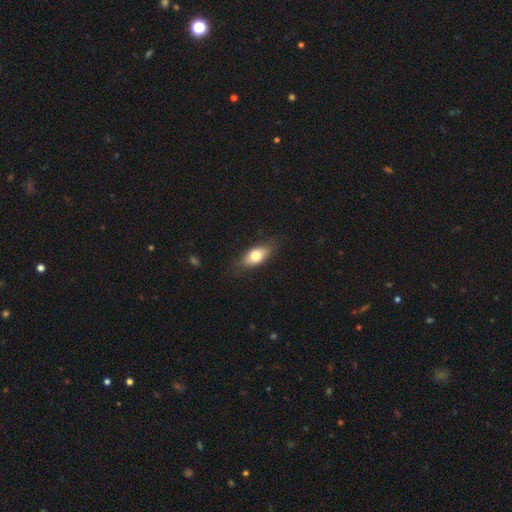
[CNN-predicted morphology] smooth_or_featured: smooth (p=0.76) [alt: featured or disk p=0.18]
how_rounded: in between (p=0.83) [alt: cigar-shaped p=0.12]
merging: none (p=0.81) [alt: minor disturbance p=0.14]